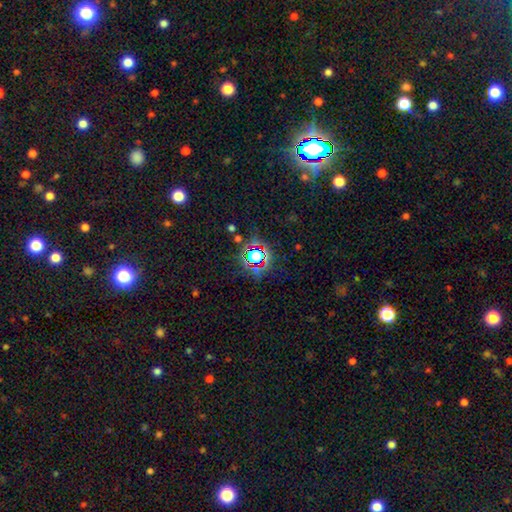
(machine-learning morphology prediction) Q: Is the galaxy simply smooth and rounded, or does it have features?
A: star or artifact — 64%.